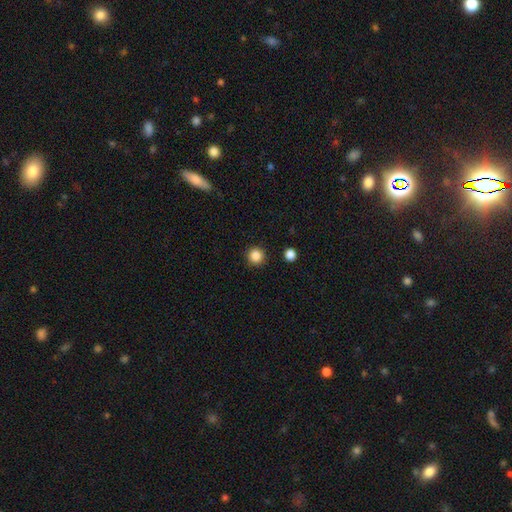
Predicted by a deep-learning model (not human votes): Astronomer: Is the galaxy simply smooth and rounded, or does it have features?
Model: smooth — 86%.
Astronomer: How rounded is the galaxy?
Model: round — 96%.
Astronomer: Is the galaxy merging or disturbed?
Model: none — 92%.